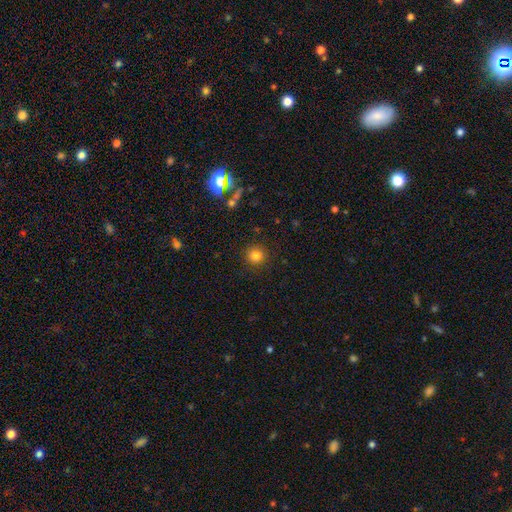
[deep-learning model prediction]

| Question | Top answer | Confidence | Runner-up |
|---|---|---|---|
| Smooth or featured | smooth | 81% | star or artifact (13%) |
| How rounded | round | 93% | in between (6%) |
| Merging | none | 90% | minor disturbance (6%) |